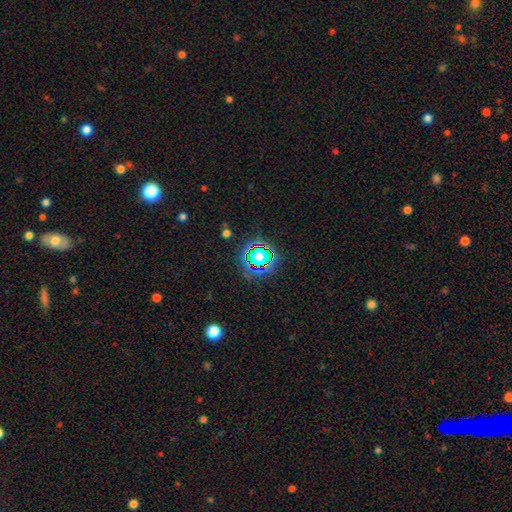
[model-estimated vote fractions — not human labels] Smooth or featured: star or artifact — 55% (smooth — 32%)